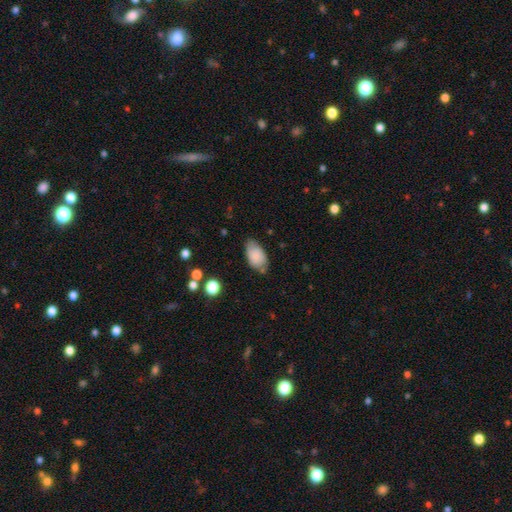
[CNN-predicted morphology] Smooth or featured? Predicted: smooth (p=0.84). How rounded? Predicted: in between (p=0.93). Merging? Predicted: none (p=0.66).